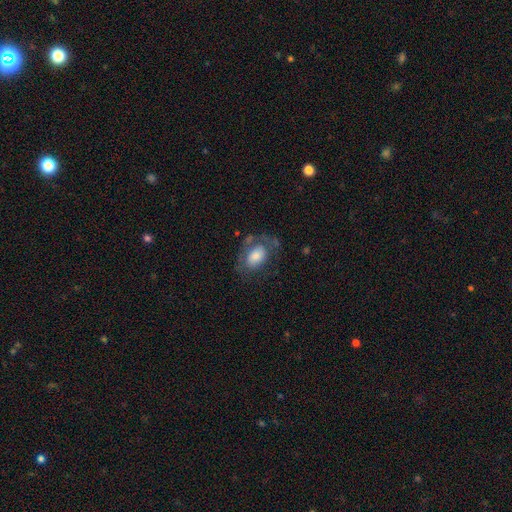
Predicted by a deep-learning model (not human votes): Q: Smooth or featured?
A: smooth (59%); runner-up: featured or disk (33%)
Q: How rounded?
A: in between (84%); runner-up: round (15%)
Q: Merging?
A: none (52%); runner-up: minor disturbance (24%)